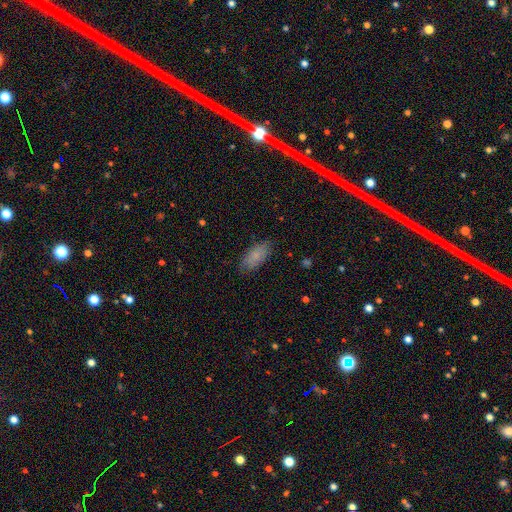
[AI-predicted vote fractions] Smooth or featured: smooth — 80% (featured or disk — 12%)
How rounded: in between — 87% (cigar-shaped — 11%)
Merging: none — 81% (minor disturbance — 15%)